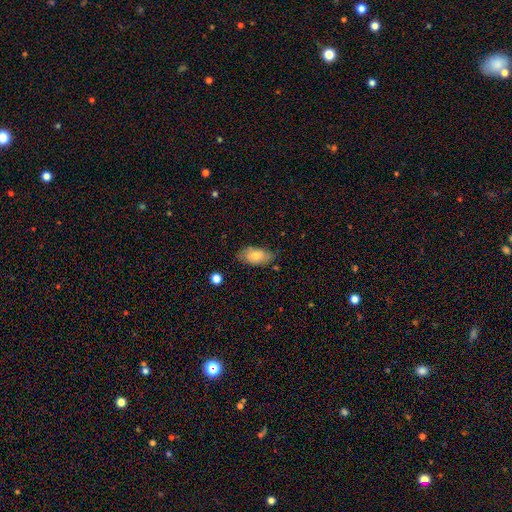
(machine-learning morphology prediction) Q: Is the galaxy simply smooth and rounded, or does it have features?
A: smooth — 65%.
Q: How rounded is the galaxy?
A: in between — 91%.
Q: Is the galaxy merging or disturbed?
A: none — 71%.